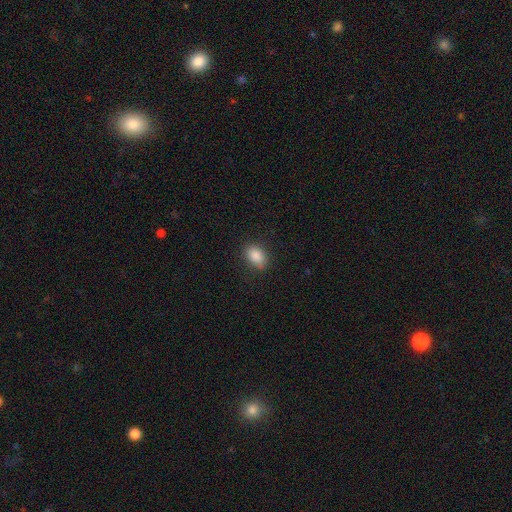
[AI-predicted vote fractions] A smooth galaxy with no disk features (87%) that is in between round and cigar-shaped (83%).

Vote fractions:
- Smooth or featured? smooth: 87% / star or artifact: 8% / featured or disk: 5%
- How rounded? in between: 83% / round: 15% / cigar-shaped: 2%
- Merging? none: 82% / minor disturbance: 14% / major disturbance: 3% / merger: 1%